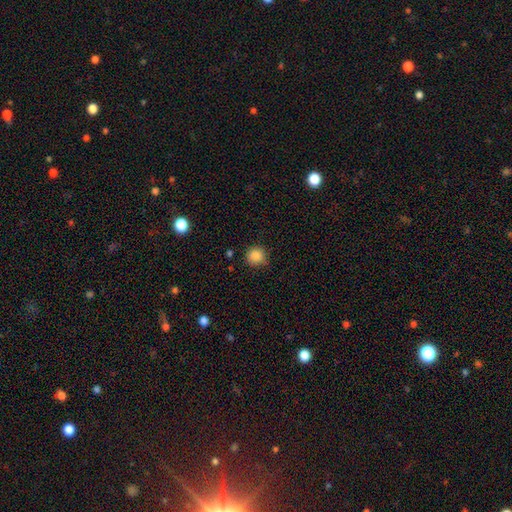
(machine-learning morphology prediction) smooth 86%, star or artifact 10%, featured or disk 4%. Down the decision tree: how rounded — round (91%); merging — none (78%).